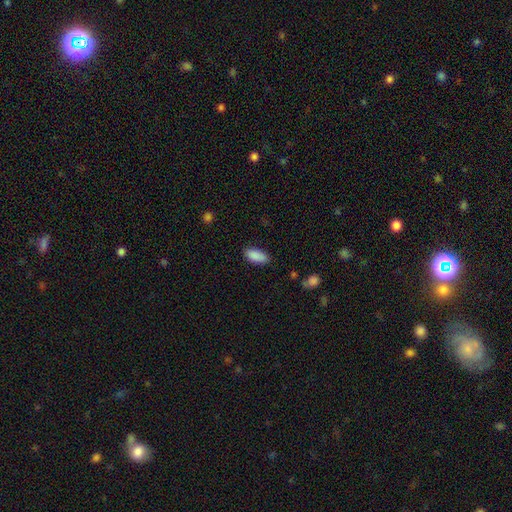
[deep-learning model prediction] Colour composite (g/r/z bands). It shows a smooth galaxy with no disk features (89%) that is in between round and cigar-shaped (88%). Merging: none (83%).